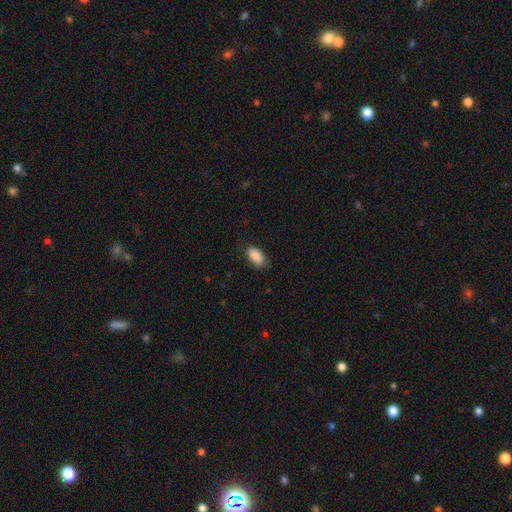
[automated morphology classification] This appears to be a smooth galaxy with no disk features (88%) that is in between round and cigar-shaped (93%). Merging: none (74%).